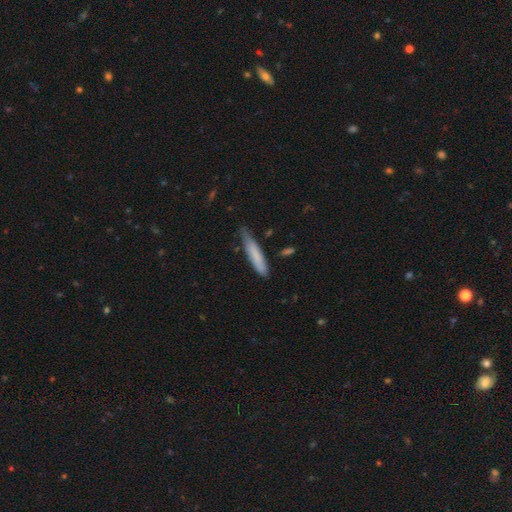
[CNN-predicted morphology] Overall: smooth (76%). How rounded: cigar-shaped (88%). Merging: none (63%; minor disturbance 29%).